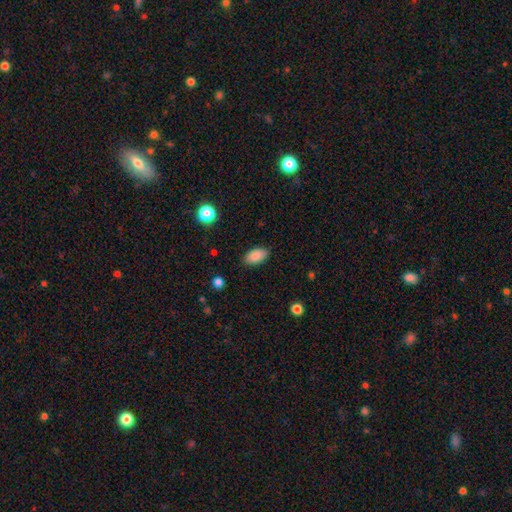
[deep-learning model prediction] Smooth or featured: smooth — 87% (star or artifact — 8%)
How rounded: in between — 93% (round — 5%)
Merging: none — 84% (minor disturbance — 12%)